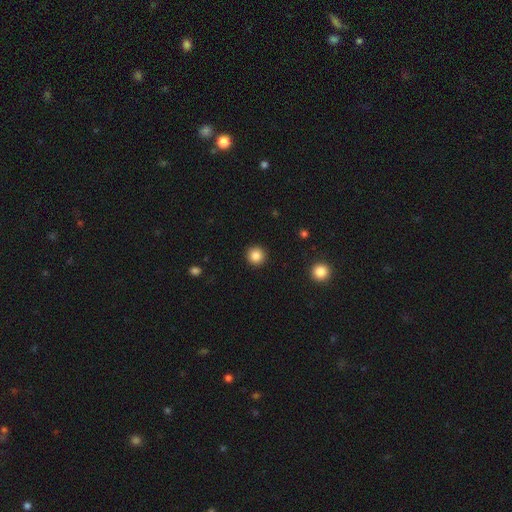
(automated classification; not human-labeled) Smooth or featured? smooth (85%)
How rounded? round (95%)
Merging? none (92%)